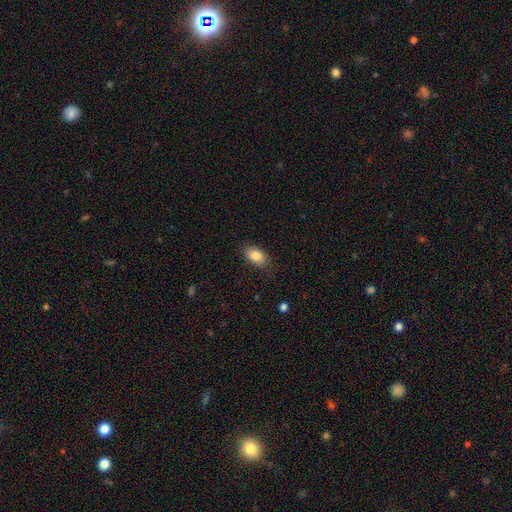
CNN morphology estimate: smooth 86%, star or artifact 7%, featured or disk 7%. Down the decision tree: how rounded — in between (90%); merging — none (81%).